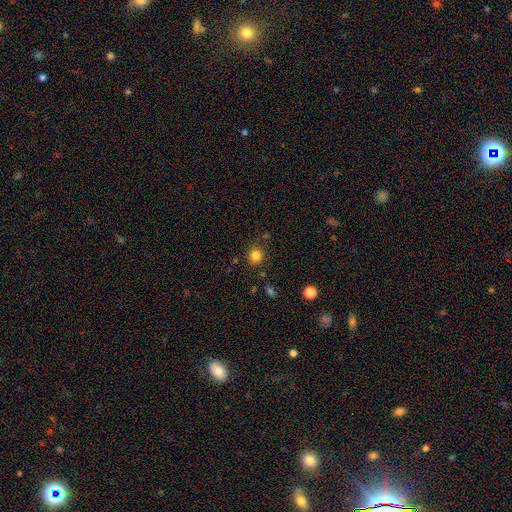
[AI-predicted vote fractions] smooth_or_featured: smooth (p=0.82) [alt: star or artifact p=0.13]
how_rounded: round (p=0.88) [alt: in between p=0.11]
merging: none (p=0.84) [alt: minor disturbance p=0.09]